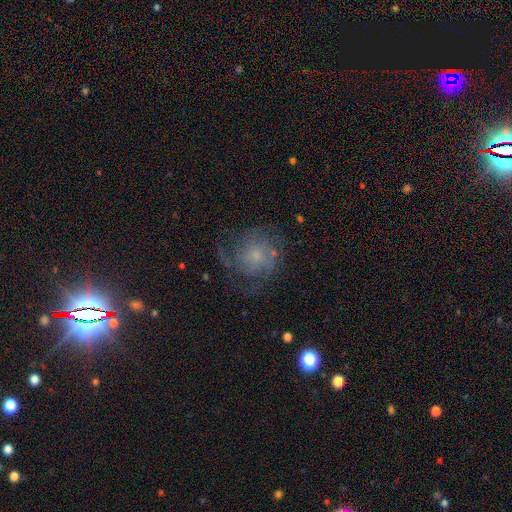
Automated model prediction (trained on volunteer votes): The model was most divided on "spiral winding": tight: 41%, medium: 40%, loose: 19%. Remaining: edge-on disk — no (98%); spiral arms — yes (88%); bar — no (79%); bulge size — small (70%); smooth or featured — featured or disk (69%); merging — none (61%); spiral arm count — can't tell (32%).